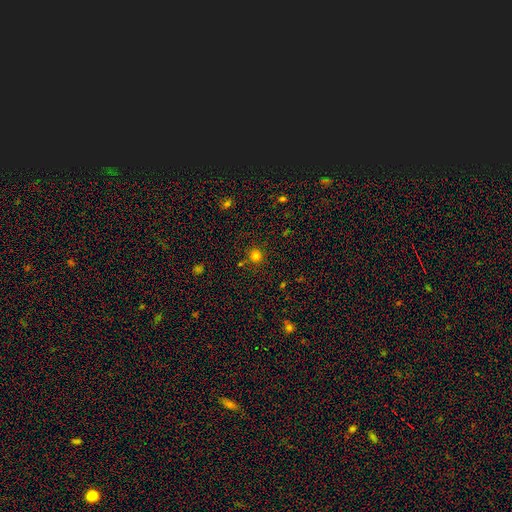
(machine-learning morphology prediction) The model was most divided on "smooth or featured": smooth: 79%, star or artifact: 16%, featured or disk: 5%. More confident: how rounded — round (92%); merging — none (83%).